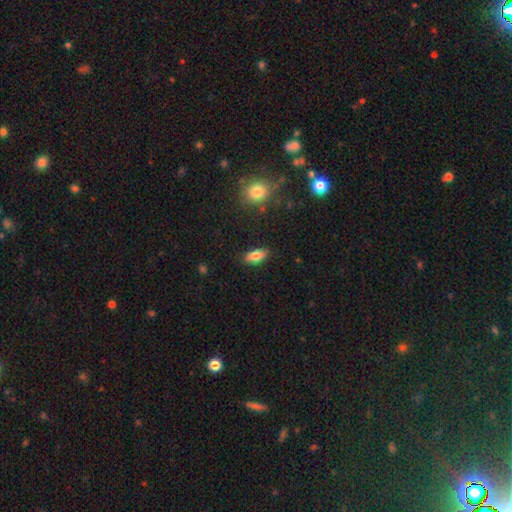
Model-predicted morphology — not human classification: smooth_or_featured: smooth (p=0.82) [alt: featured or disk p=0.10]
how_rounded: in between (p=0.85) [alt: cigar-shaped p=0.12]
merging: none (p=0.86) [alt: minor disturbance p=0.10]